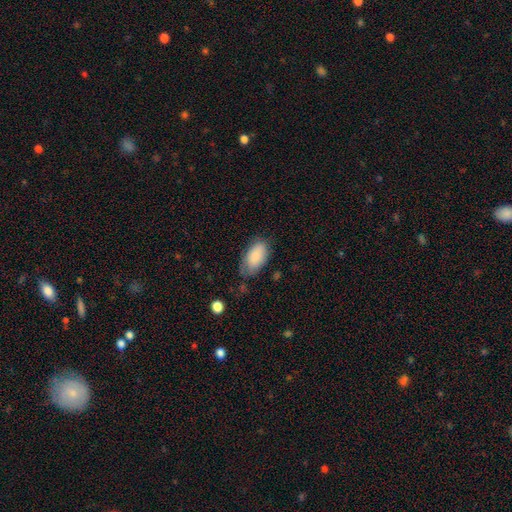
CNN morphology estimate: A smooth galaxy with no disk features (86%) that is in between round and cigar-shaped (94%). Merging: none (62%).